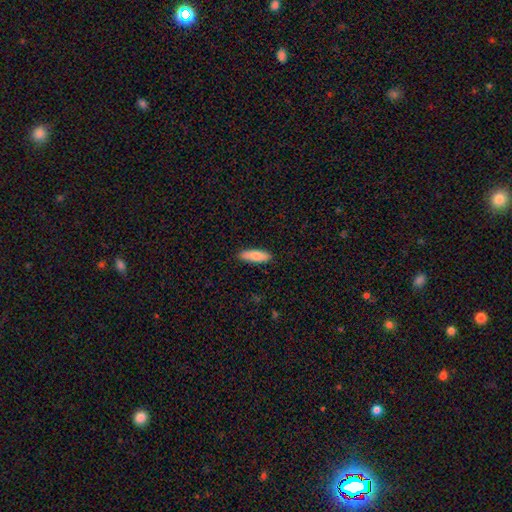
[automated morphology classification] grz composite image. It shows a smooth galaxy with no disk features (84%) that is in between round and cigar-shaped (55%). Merging: none (89%).